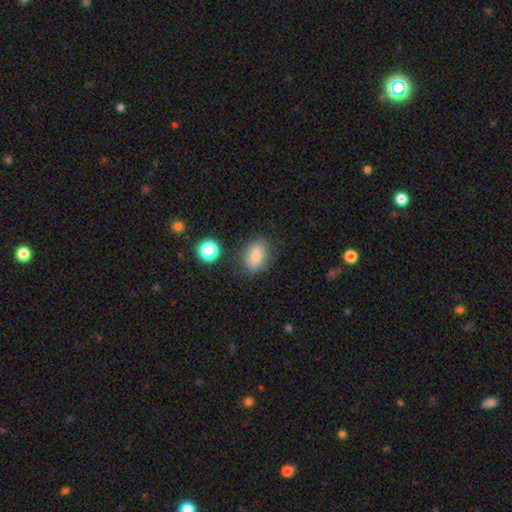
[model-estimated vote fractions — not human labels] The model was most divided on "how rounded": in between: 80%, round: 19%, cigar-shaped: 2%. More confident: smooth or featured — smooth (78%); merging — none (77%).